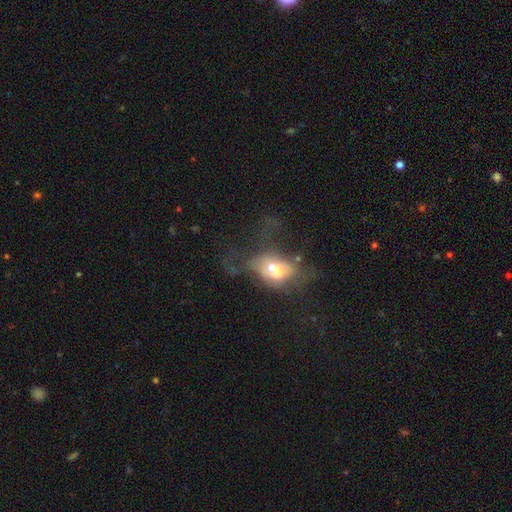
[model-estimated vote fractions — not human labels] smooth 42%, featured or disk 39%, star or artifact 19%. Down the decision tree: merging — major disturbance (45%).